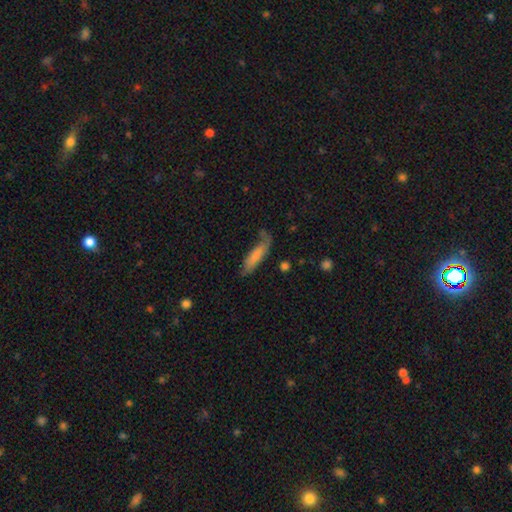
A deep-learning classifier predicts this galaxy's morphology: Smooth or featured?
  - smooth: 72% *
  - featured or disk: 22%
  - star or artifact: 6%
How rounded?
  - cigar-shaped: 67% *
  - in between: 31%
  - round: 2%
Merging?
  - none: 55% *
  - minor disturbance: 29%
  - major disturbance: 12%
  - merger: 4%